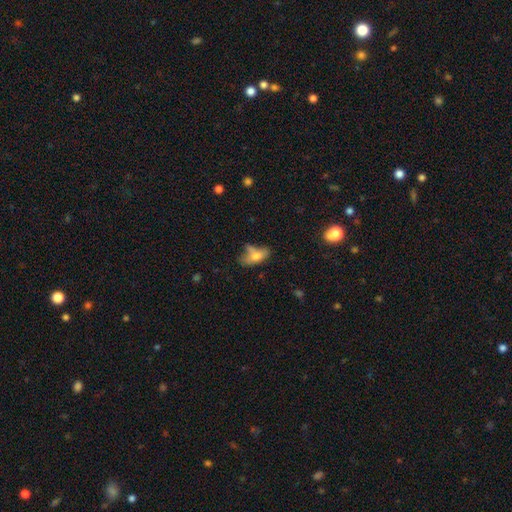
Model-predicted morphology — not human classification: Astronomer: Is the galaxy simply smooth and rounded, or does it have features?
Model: smooth — 64%.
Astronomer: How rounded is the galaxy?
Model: in between — 81%.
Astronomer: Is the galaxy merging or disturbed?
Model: none — 38% (runner-up: minor disturbance, 25%).